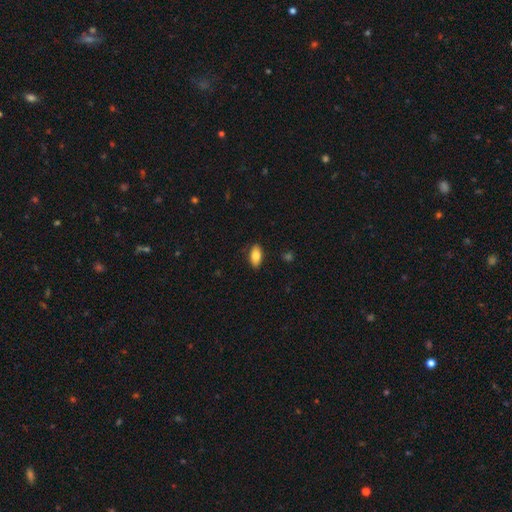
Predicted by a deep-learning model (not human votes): Smooth or featured: smooth — 83% (featured or disk — 10%)
How rounded: in between — 90% (cigar-shaped — 6%)
Merging: none — 86% (minor disturbance — 11%)